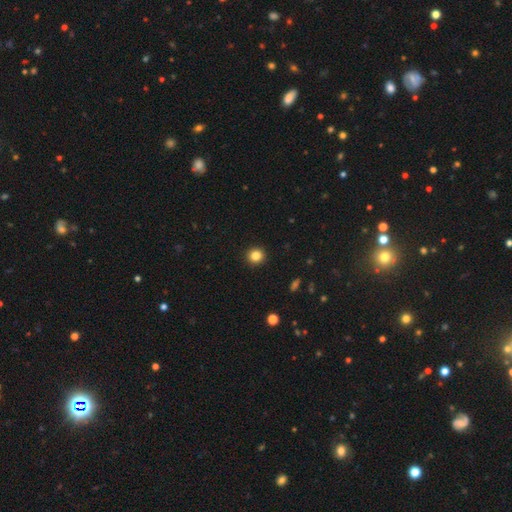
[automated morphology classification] smooth 84%, star or artifact 11%, featured or disk 5%. Down the decision tree: how rounded — round (92%); merging — none (93%).